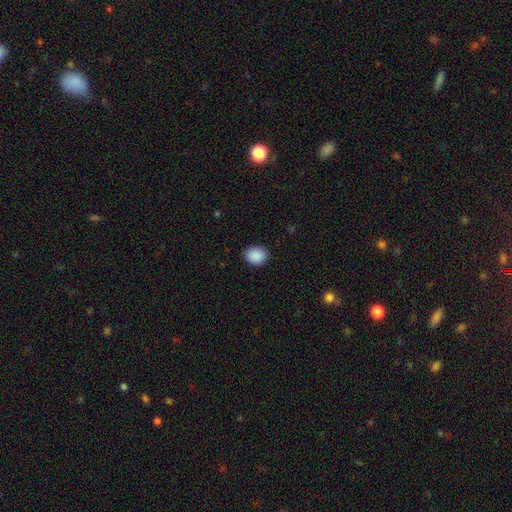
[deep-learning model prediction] The model was most divided on "how rounded": round: 58%, in between: 42%, cigar-shaped: 1%. More confident: smooth or featured — smooth (90%); merging — none (89%).